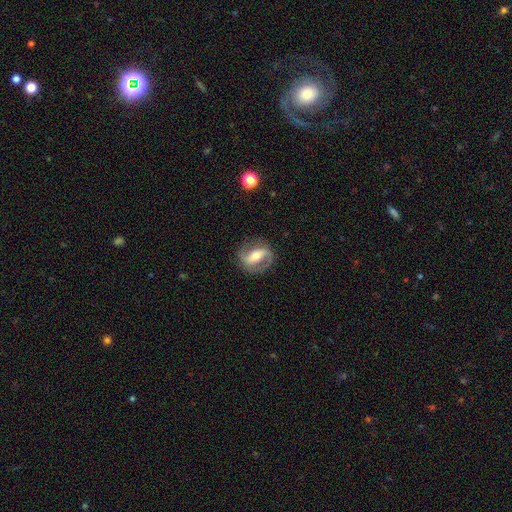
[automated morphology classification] A featured or disk galaxy (77%) with a strong bar (54%), 2 (83%) medium (46%) spiral arms (84%) and a moderate central bulge (65%). Merging: none (79%).